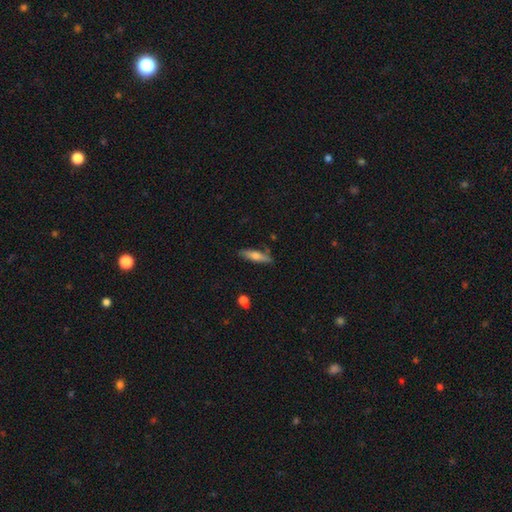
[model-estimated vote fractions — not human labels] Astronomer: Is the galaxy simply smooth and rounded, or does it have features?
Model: smooth — 60%.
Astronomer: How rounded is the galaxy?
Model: cigar-shaped — 72%.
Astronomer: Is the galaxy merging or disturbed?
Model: none — 76%.